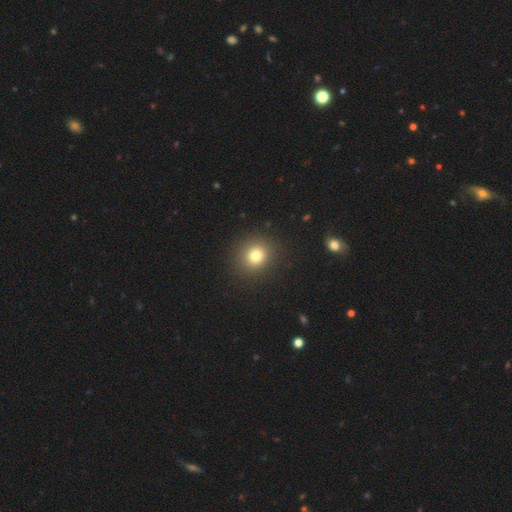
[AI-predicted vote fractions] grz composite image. It shows a smooth galaxy with no disk features (78%) that is round (85%). Merging: none (90%).